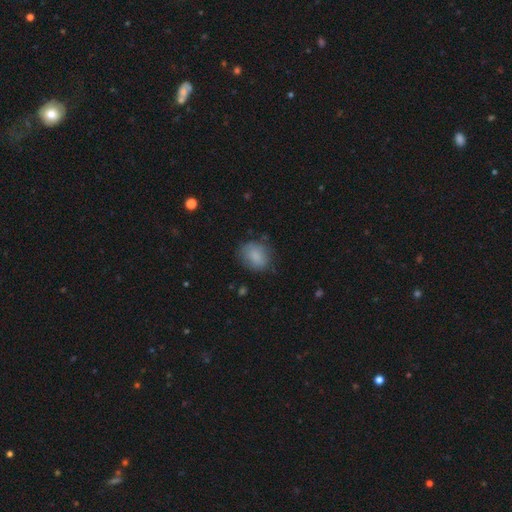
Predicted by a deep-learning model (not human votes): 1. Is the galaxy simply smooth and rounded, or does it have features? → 82% smooth, 10% featured or disk, 8% star or artifact.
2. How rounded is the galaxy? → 53% in between, 45% round, 1% cigar-shaped.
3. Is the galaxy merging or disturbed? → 71% none, 21% minor disturbance, 6% major disturbance, 2% merger.